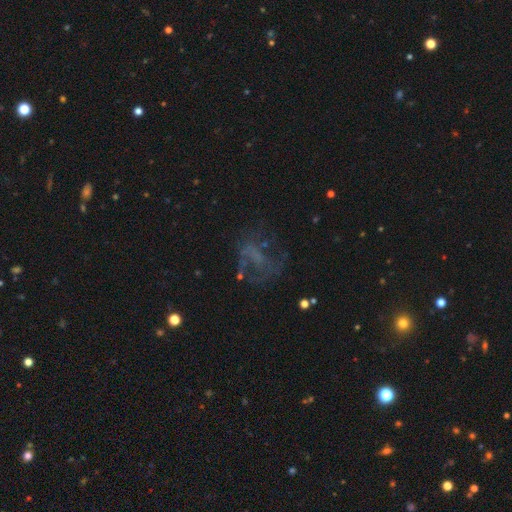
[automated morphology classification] A featured or disk galaxy (48%). Merging: none (47%).